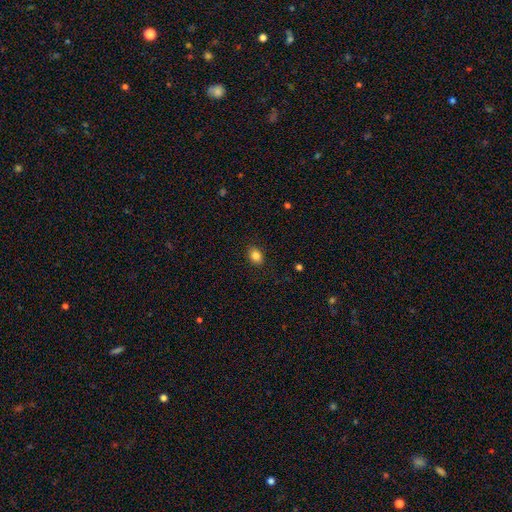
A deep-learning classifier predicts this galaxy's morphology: smooth_or_featured: smooth (p=0.85) [alt: star or artifact p=0.10]
how_rounded: in between (p=0.65) [alt: round p=0.34]
merging: none (p=0.88) [alt: minor disturbance p=0.09]